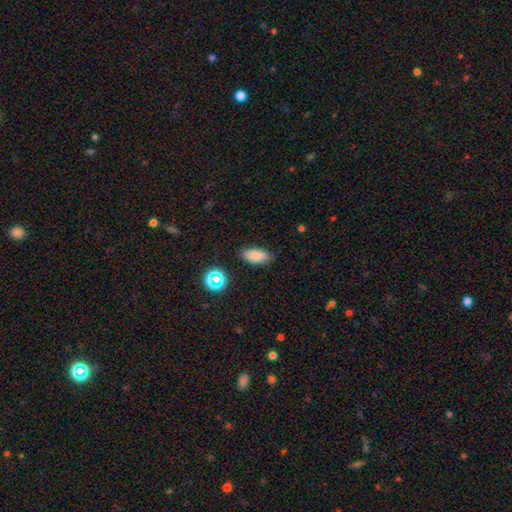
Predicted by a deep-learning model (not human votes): smooth 83%, star or artifact 11%, featured or disk 6%. Down the decision tree: how rounded — in between (88%); merging — none (84%).